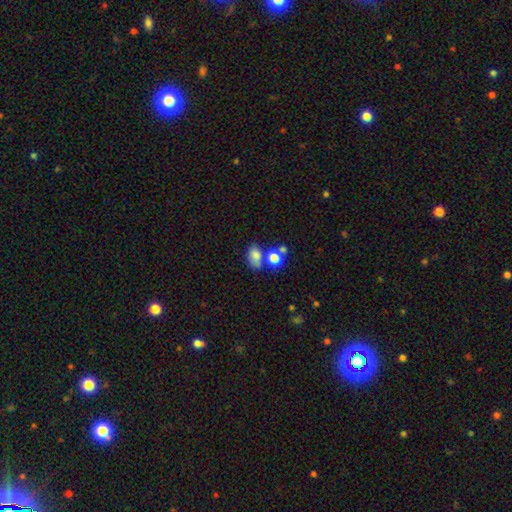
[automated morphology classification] smooth-or-featured: smooth: 77% | star or artifact: 12% | featured or disk: 10%
  how-rounded: in between: 79% | round: 19% | cigar-shaped: 2%
  merging: none: 47% | merger: 28% | minor disturbance: 16% | major disturbance: 8%